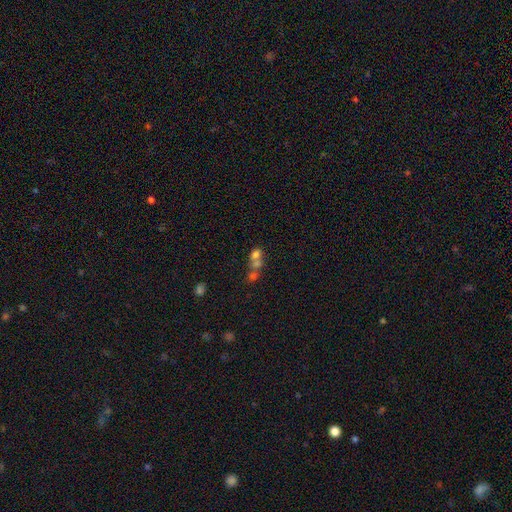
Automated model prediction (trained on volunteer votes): The model was most divided on "how rounded": round: 67%, in between: 31%, cigar-shaped: 2%. More confident: merging — merger (64%); smooth or featured — smooth (61%).